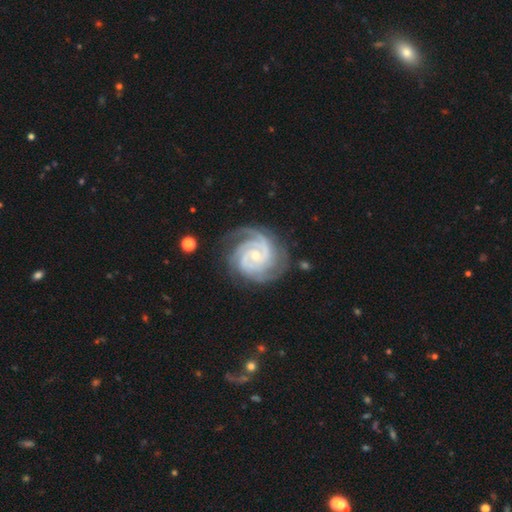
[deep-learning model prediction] The model was most divided on "spiral arm count": 3: 44%, 2: 23%, 4: 13%, can't tell: 9%, more than 4: 5%, 1: 5%. More confident: spiral arms — yes (99%); edge-on disk — no (98%); smooth or featured — featured or disk (92%); merging — none (76%); spiral winding — tight (74%); bar — no (65%); bulge size — small (63%).